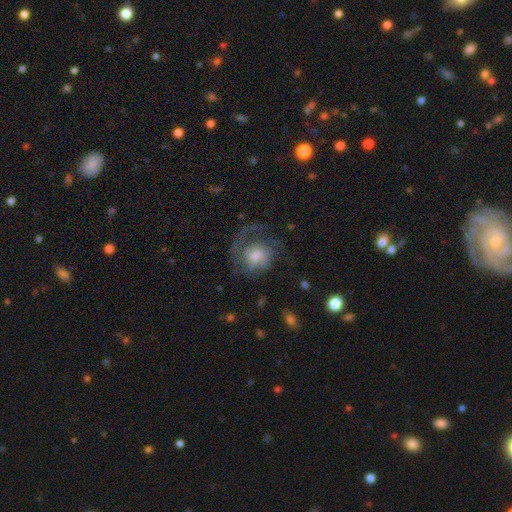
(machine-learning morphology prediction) A featured or disk galaxy (70%) with no bar (65%), 1 (49%) medium (42%) spiral arms (89%) and a moderate central bulge (48%).

Vote fractions:
- Smooth or featured? featured or disk: 70% / smooth: 22% / star or artifact: 8%
- Edge-on disk? no: 98% / yes: 2%
- Bar? no: 65% / weak: 31% / strong: 4%
- Spiral arms? yes: 89% / no: 11%
- Spiral winding? medium: 42% / tight: 33% / loose: 25%
- Spiral arm count? 1: 49% / 2: 24% / can't tell: 16% / 3: 6% / 4: 3% / more than 4: 3%
- Bulge size? moderate: 48% / small: 30% / large: 14% / none: 6% / dominant: 2%
- Merging? none: 52% / major disturbance: 30% / minor disturbance: 17% / merger: 2%